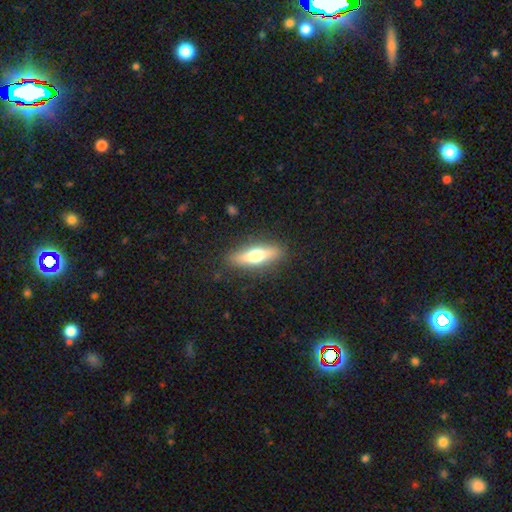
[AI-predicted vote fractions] Smooth or featured: smooth — 56% (featured or disk — 38%)
How rounded: cigar-shaped — 56% (in between — 41%)
Merging: none — 87% (minor disturbance — 10%)